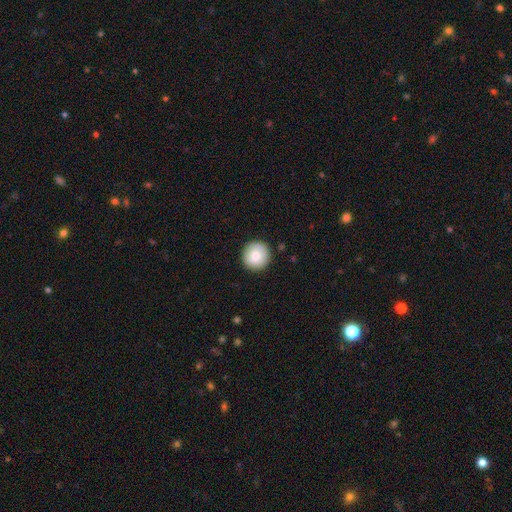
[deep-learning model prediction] Q: Smooth or featured?
A: smooth (80%); runner-up: featured or disk (12%)
Q: How rounded?
A: round (94%); runner-up: in between (5%)
Q: Merging?
A: none (90%); runner-up: minor disturbance (7%)